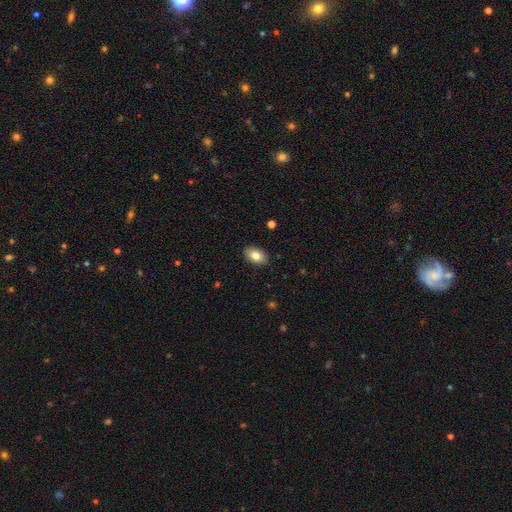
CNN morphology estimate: This is clearly a smooth galaxy (82%). How rounded: clearly in between (89%). Merging: clearly none (89%).